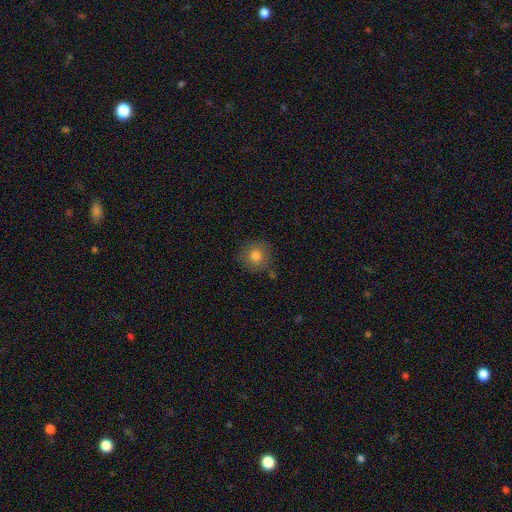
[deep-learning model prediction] smooth 81%, star or artifact 10%, featured or disk 9%. Down the decision tree: how rounded — round (91%); merging — none (80%).